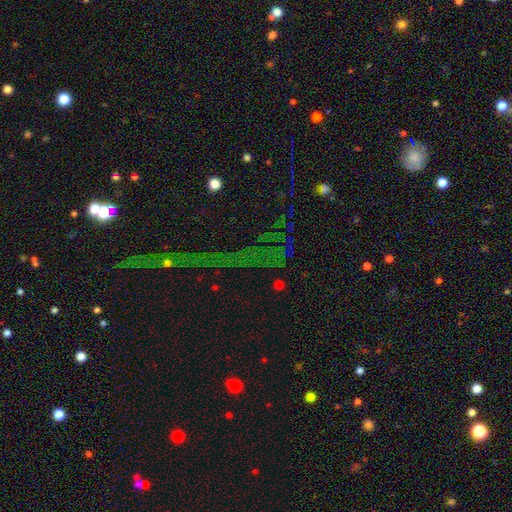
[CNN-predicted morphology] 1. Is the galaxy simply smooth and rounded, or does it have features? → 73% star or artifact, 16% smooth, 12% featured or disk.